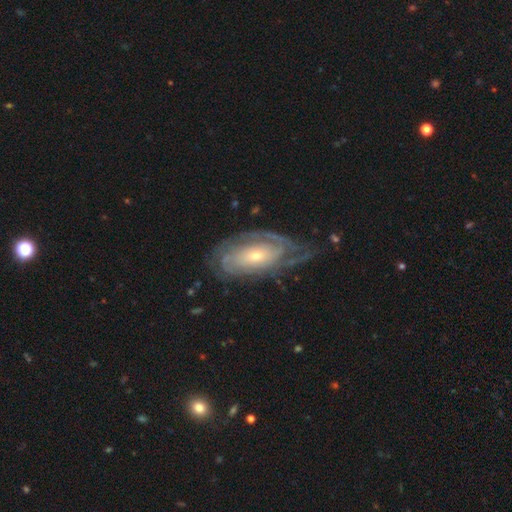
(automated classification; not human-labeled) A featured or disk galaxy (82%) with no bar (71%), tight (70%) spiral arms (91%) and a small central bulge (59%).

Vote fractions:
- Smooth or featured? featured or disk: 82% / smooth: 12% / star or artifact: 5%
- Edge-on disk? no: 93% / yes: 7%
- Bar? no: 71% / weak: 22% / strong: 7%
- Spiral arms? yes: 91% / no: 9%
- Spiral winding? tight: 70% / medium: 23% / loose: 7%
- Spiral arm count? can't tell: 47% / 2: 22% / 3: 12% / 4: 7% / 1: 6% / more than 4: 5%
- Bulge size? small: 59% / moderate: 35% / large: 3% / none: 1% / dominant: 1%
- Merging? none: 63% / minor disturbance: 23% / major disturbance: 13% / merger: 2%